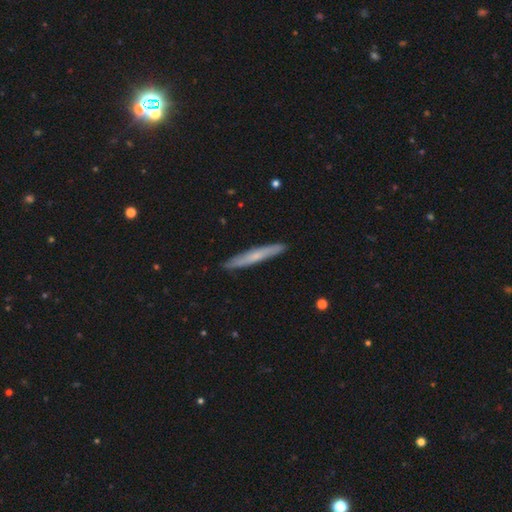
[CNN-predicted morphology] A smooth galaxy with no disk features (51%) that is cigar-shaped (96%).

Vote fractions:
- Smooth or featured? smooth: 51% / featured or disk: 43% / star or artifact: 6%
- How rounded? cigar-shaped: 96% / in between: 3% / round: 1%
- Merging? none: 90% / minor disturbance: 8% / major disturbance: 1% / merger: 1%